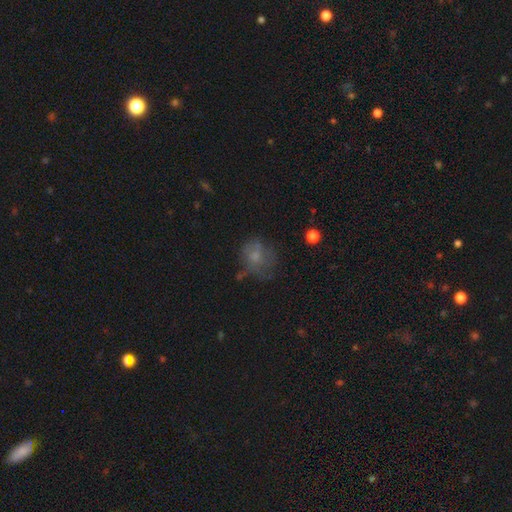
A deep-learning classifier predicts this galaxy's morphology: This is possibly a smooth galaxy (58%). How rounded: likely round (64%). Merging: possibly none (46%).